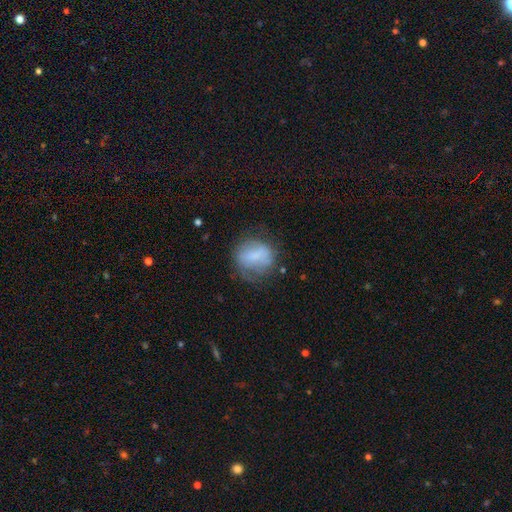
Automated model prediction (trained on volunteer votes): A smooth galaxy with no disk features (61%) that is round (66%).

Vote fractions:
- Smooth or featured? smooth: 61% / featured or disk: 30% / star or artifact: 9%
- How rounded? round: 66% / in between: 32% / cigar-shaped: 1%
- Merging? none: 51% / minor disturbance: 28% / major disturbance: 18% / merger: 3%